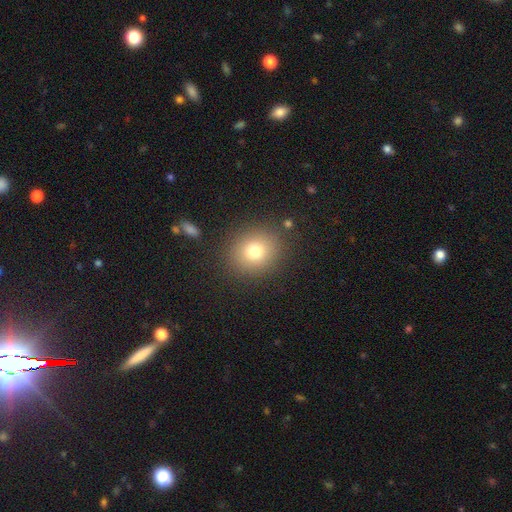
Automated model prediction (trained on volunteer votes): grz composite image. It shows a smooth galaxy with no disk features (76%) that is round (73%). Merging: none (88%).